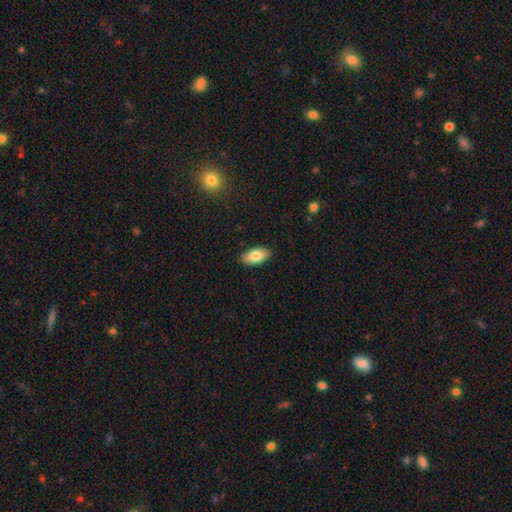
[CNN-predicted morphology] A smooth galaxy with no disk features (78%) that is in between round and cigar-shaped (92%). Merging: none (89%).